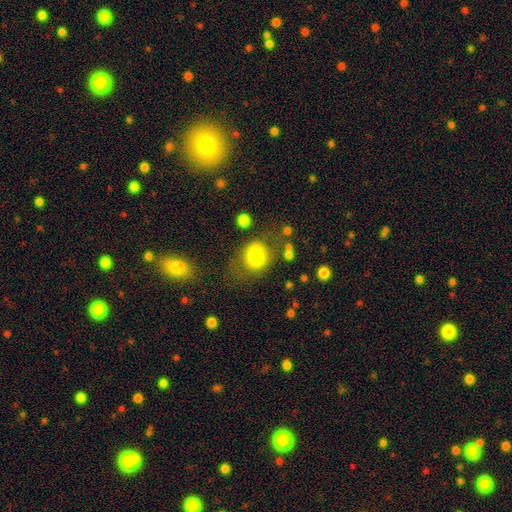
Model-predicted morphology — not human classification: Smooth or featured? Predicted: smooth (p=0.76). How rounded? Predicted: round (p=0.65). Merging? Predicted: none (p=0.64).